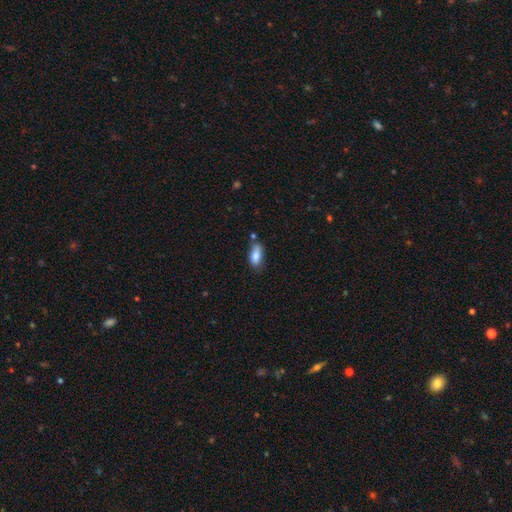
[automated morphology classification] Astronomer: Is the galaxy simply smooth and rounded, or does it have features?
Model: smooth — 82%.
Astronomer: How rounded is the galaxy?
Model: in between — 85%.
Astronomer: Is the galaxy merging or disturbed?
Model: none — 60%.